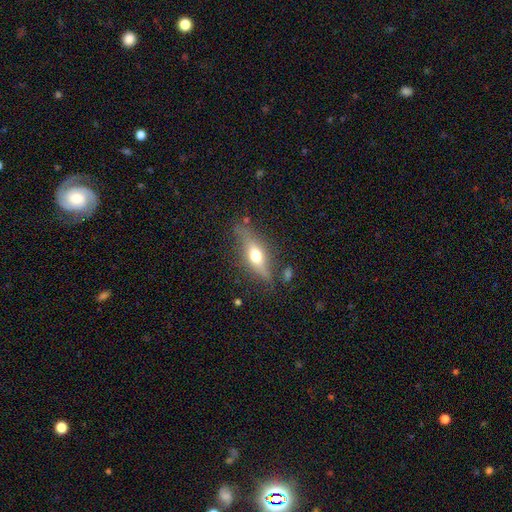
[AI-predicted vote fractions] Overall: featured or disk (48%; smooth 44%). Merging: none (73%).